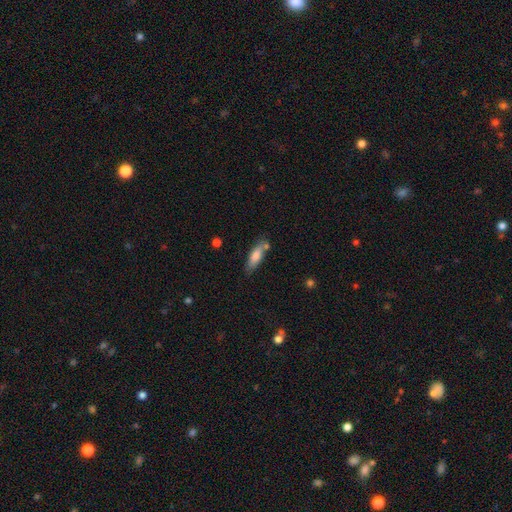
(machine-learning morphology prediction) Smooth or featured? Predicted: smooth (p=0.73). How rounded? Predicted: cigar-shaped (p=0.55). Merging? Predicted: none (p=0.70).